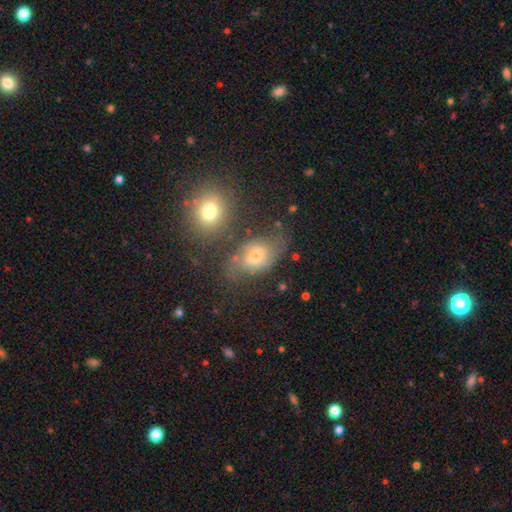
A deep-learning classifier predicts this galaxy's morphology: The model was most divided on "smooth or featured": featured or disk: 45%, smooth: 40%, star or artifact: 15%. More confident: merging — none (56%).